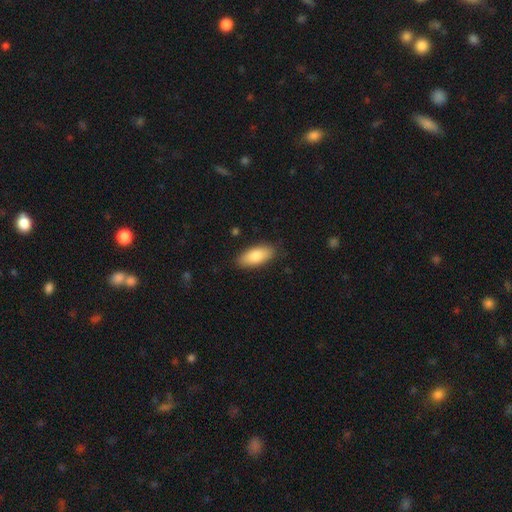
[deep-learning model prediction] smooth-or-featured: smooth: 84% | featured or disk: 10% | star or artifact: 6%
  how-rounded: in between: 89% | cigar-shaped: 9% | round: 2%
  merging: none: 85% | minor disturbance: 12% | major disturbance: 3% | merger: 1%